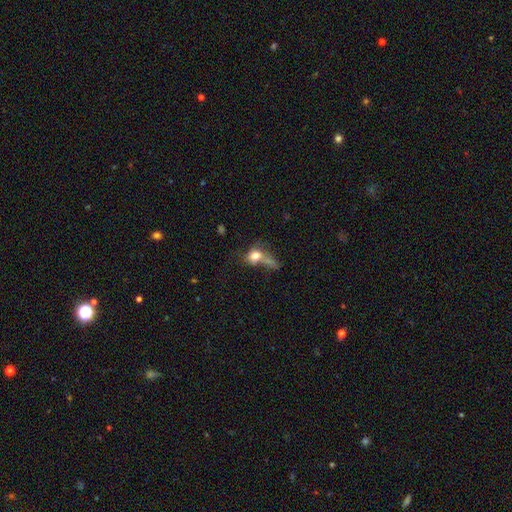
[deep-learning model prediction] The model was most divided on "how rounded": in between: 47%, round: 46%, cigar-shaped: 7%. Remaining: smooth or featured — smooth (70%); merging — major disturbance (32%).